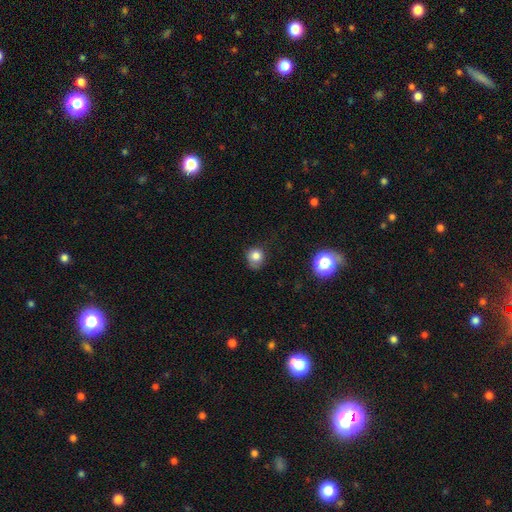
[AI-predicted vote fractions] The model was most divided on "merging": none: 57%, minor disturbance: 31%, major disturbance: 10%, merger: 2%. More confident: smooth or featured — smooth (80%); how rounded — round (77%).